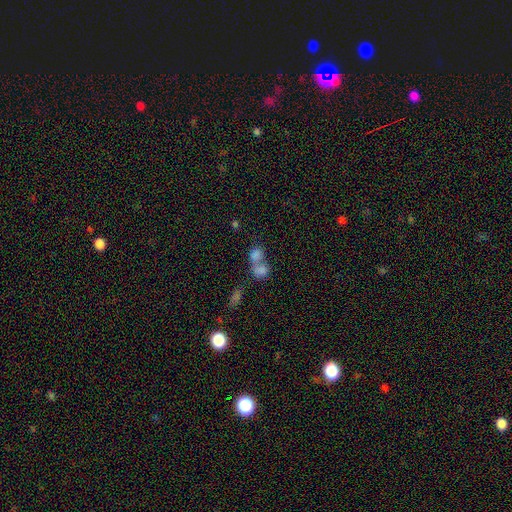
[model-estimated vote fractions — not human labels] Smooth or featured? smooth (76%)
How rounded? round (50%)
Merging? merger (66%)